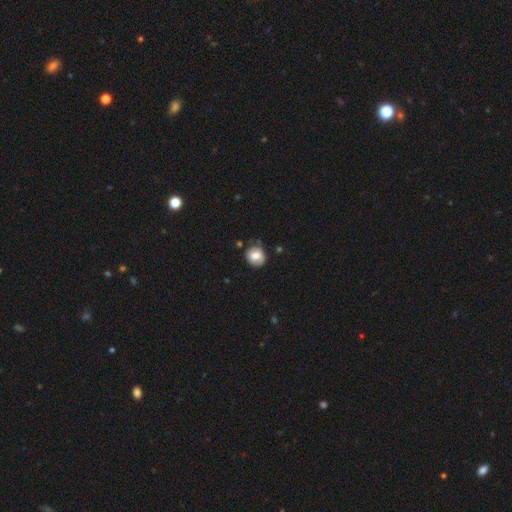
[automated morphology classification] type=smooth (69%); roundness=round (78%); merging=none (74%).